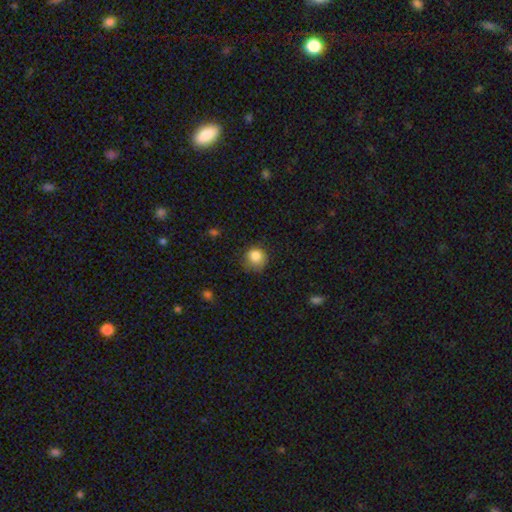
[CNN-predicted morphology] Smooth or featured: smooth — 85% (star or artifact — 10%)
How rounded: round — 87% (in between — 12%)
Merging: none — 65% (minor disturbance — 26%)